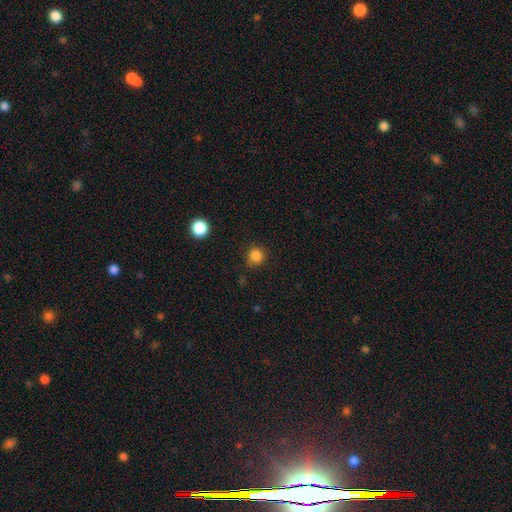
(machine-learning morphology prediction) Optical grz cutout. It shows a smooth galaxy with no disk features (85%) that is round (92%). Merging: none (85%).